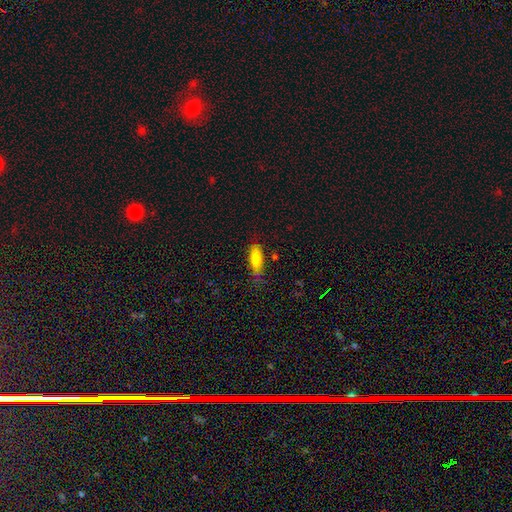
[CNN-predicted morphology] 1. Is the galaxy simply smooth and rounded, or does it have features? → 85% smooth, 7% star or artifact, 7% featured or disk.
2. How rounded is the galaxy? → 67% in between, 31% cigar-shaped, 2% round.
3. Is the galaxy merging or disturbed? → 63% none, 27% minor disturbance, 7% major disturbance, 3% merger.